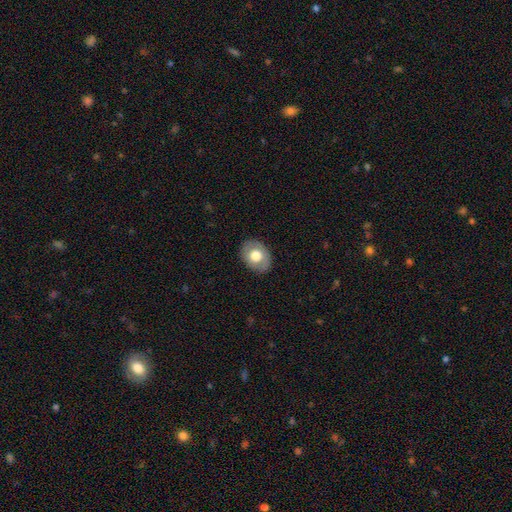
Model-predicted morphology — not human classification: Smooth or featured?
  - smooth: 65% *
  - featured or disk: 28%
  - star or artifact: 7%
How rounded?
  - in between: 65% *
  - round: 34%
  - cigar-shaped: 1%
Merging?
  - none: 85% *
  - minor disturbance: 11%
  - major disturbance: 3%
  - merger: 1%